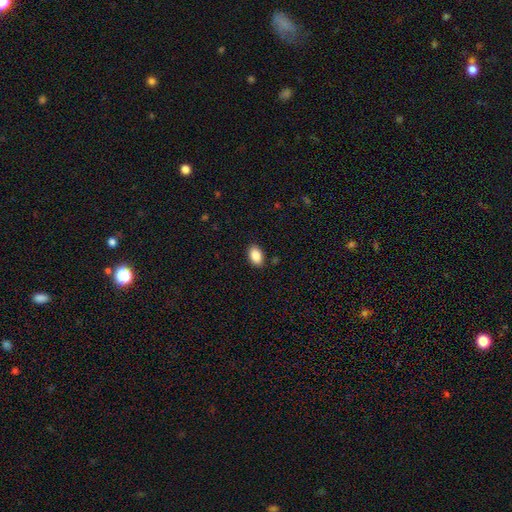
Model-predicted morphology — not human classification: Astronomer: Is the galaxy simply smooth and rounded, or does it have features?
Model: smooth — 88%.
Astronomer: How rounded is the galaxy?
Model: in between — 91%.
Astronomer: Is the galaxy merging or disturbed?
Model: none — 88%.